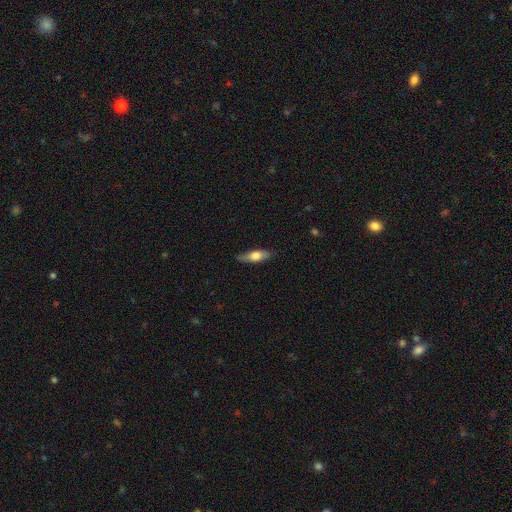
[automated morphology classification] A smooth galaxy with no disk features (61%) that is cigar-shaped (51%).

Vote fractions:
- Smooth or featured? smooth: 61% / featured or disk: 34% / star or artifact: 6%
- How rounded? cigar-shaped: 51% / in between: 46% / round: 2%
- Merging? none: 83% / minor disturbance: 14% / major disturbance: 2% / merger: 1%